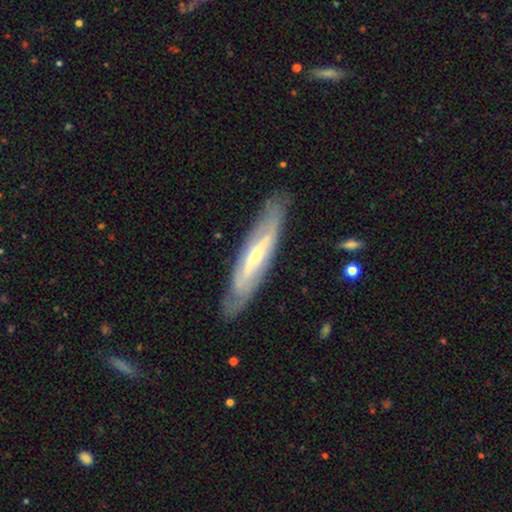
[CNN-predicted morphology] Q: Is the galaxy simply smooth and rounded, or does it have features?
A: featured or disk — 76%.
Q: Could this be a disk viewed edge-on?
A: no — 57%.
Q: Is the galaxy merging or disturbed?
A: none — 83%.